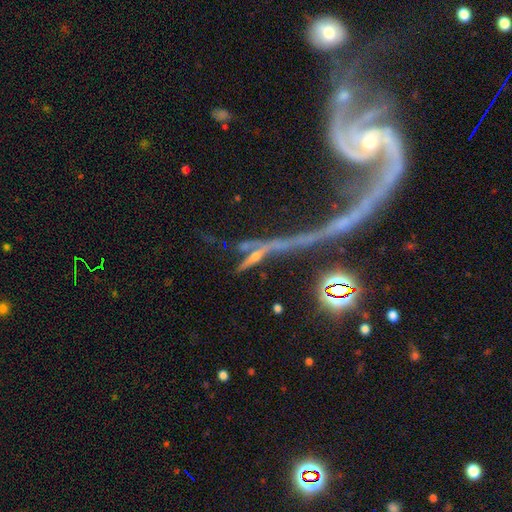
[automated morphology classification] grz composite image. It shows a featured or disk galaxy (44%). Merging: none (47%).